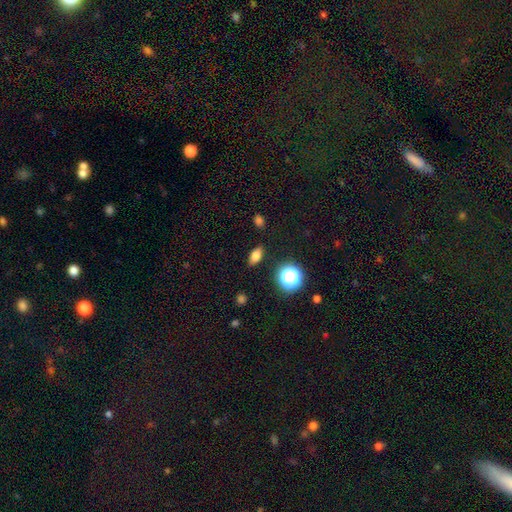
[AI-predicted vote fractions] This is likely a smooth galaxy (76%). How rounded: likely in between (77%). Merging: clearly none (87%).